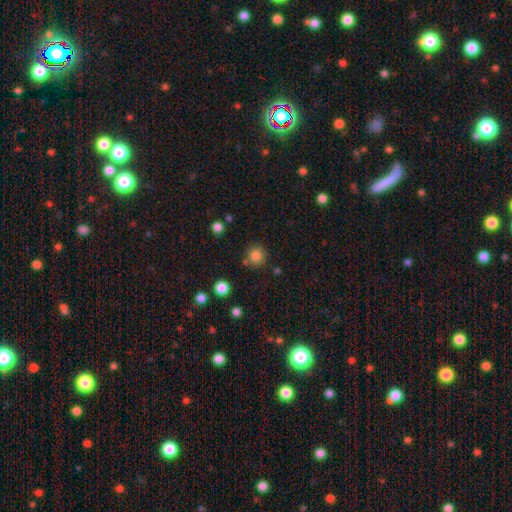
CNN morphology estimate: smooth_or_featured: smooth (p=0.82) [alt: star or artifact p=0.12]
how_rounded: round (p=0.91) [alt: in between p=0.08]
merging: none (p=0.78) [alt: minor disturbance p=0.11]